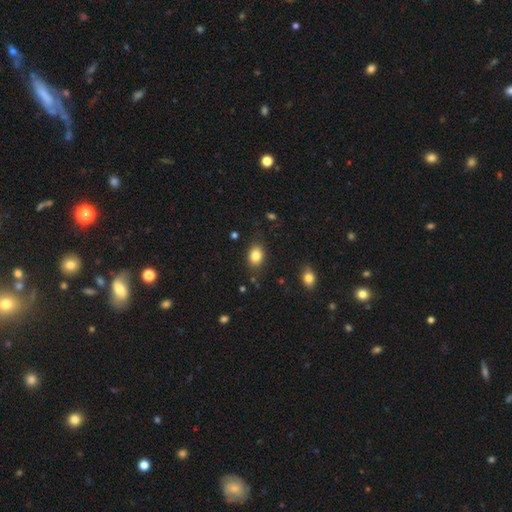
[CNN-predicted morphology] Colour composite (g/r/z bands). It shows a smooth galaxy with no disk features (84%) that is in between round and cigar-shaped (73%). Merging: none (83%).